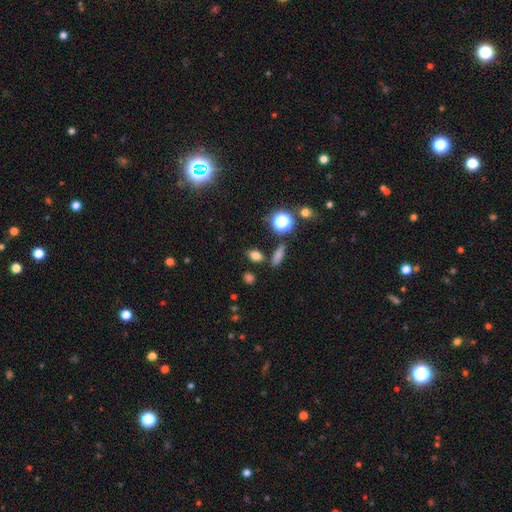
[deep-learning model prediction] Smooth or featured?
  - smooth: 75% *
  - star or artifact: 17%
  - featured or disk: 8%
How rounded?
  - in between: 72% *
  - round: 22%
  - cigar-shaped: 7%
Merging?
  - none: 80% *
  - minor disturbance: 10%
  - merger: 7%
  - major disturbance: 3%